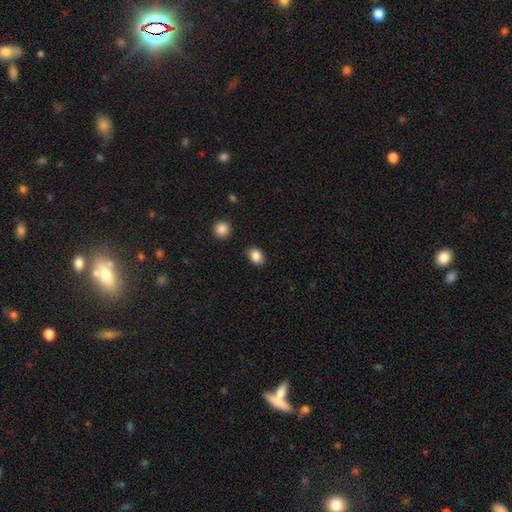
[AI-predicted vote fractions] Overall: smooth (86%). How rounded: in between (60%; round 39%). Merging: none (82%).